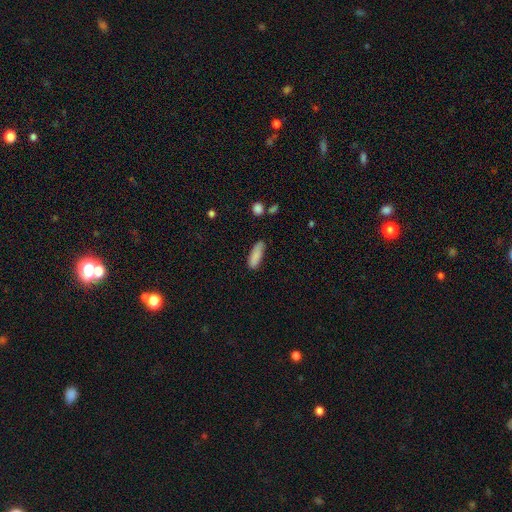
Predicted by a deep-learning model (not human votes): Morphology: type=smooth (86%); roundness=in between (55%); merging=none (75%).